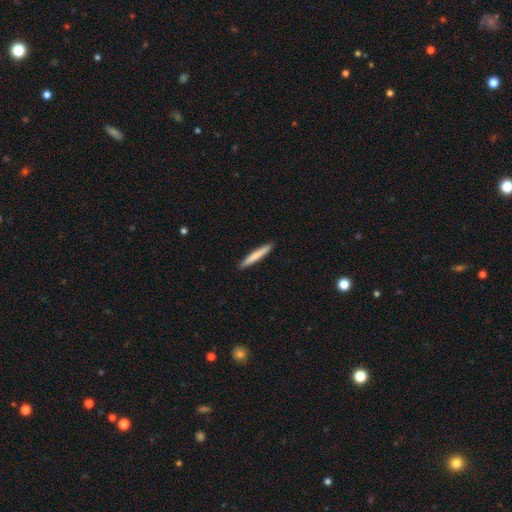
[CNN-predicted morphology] Smooth or featured: smooth — 76% (featured or disk — 19%)
How rounded: cigar-shaped — 95% (in between — 3%)
Merging: none — 92% (minor disturbance — 6%)